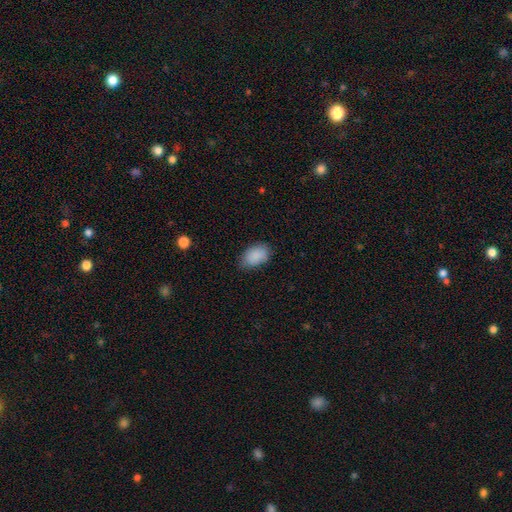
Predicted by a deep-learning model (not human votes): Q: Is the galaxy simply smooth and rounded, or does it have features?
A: smooth — 89%.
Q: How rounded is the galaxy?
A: in between — 89%.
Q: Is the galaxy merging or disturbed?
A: none — 77%.